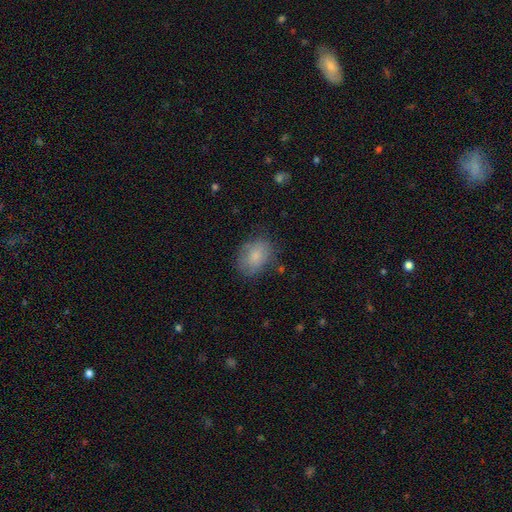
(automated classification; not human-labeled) Morphology: type=smooth (80%); roundness=in between (66%); merging=none (72%).